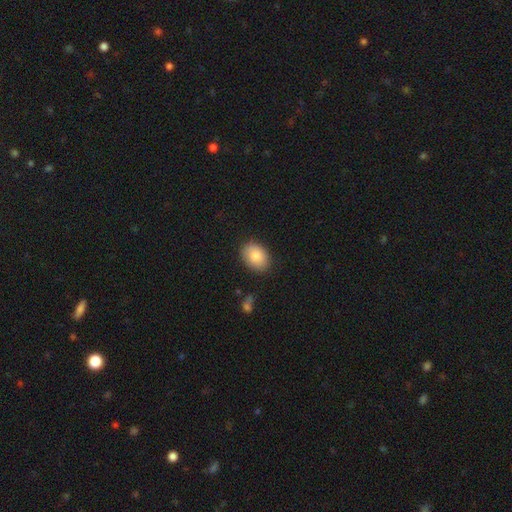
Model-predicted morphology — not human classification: Smooth or featured? smooth (84%)
How rounded? in between (73%)
Merging? none (86%)